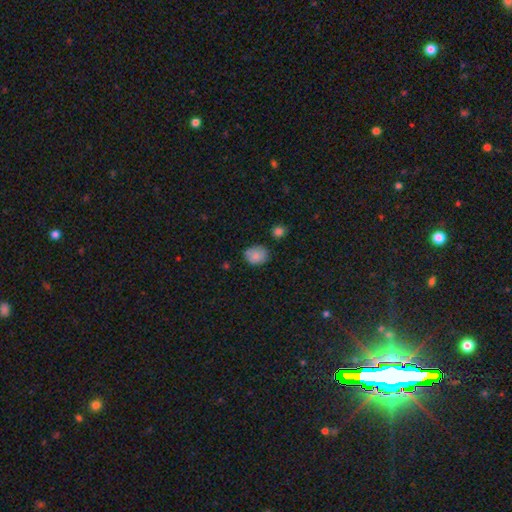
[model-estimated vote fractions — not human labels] A smooth galaxy with no disk features (79%) that is round (51%). Merging: none (66%).